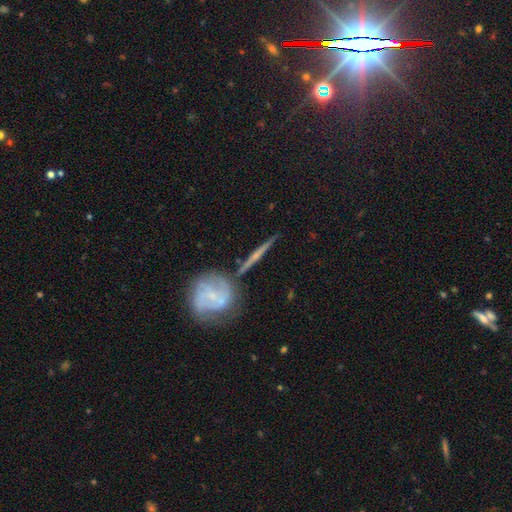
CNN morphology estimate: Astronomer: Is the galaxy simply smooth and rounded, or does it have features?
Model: featured or disk — 70%.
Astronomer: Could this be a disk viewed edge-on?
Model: yes — 91%.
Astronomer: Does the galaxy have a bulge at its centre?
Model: rounded — 47% (runner-up: none, 43%).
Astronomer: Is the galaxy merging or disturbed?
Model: none — 80%.